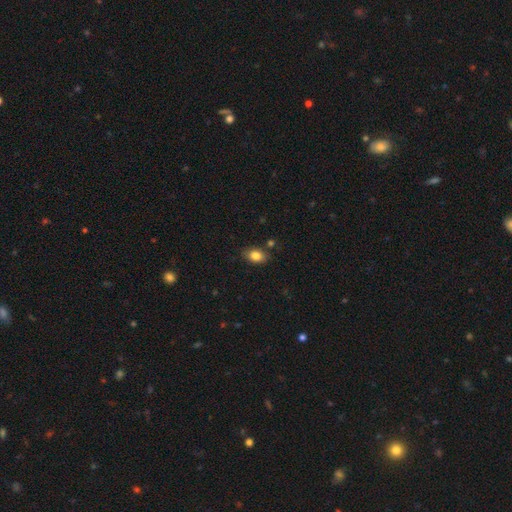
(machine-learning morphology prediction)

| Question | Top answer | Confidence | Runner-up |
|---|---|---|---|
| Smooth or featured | smooth | 83% | star or artifact (8%) |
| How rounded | in between | 84% | round (14%) |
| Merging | none | 82% | minor disturbance (13%) |